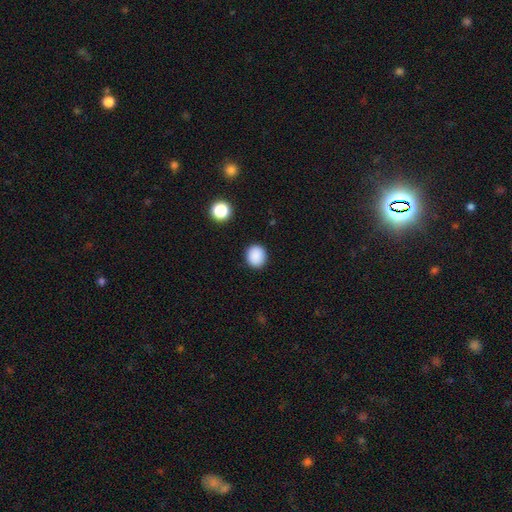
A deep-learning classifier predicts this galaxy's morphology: Overall: smooth (88%). How rounded: round (81%). Merging: none (90%).